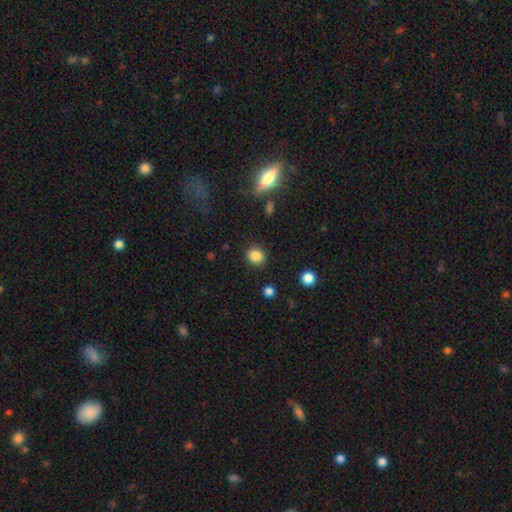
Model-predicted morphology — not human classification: This appears to be a smooth galaxy with no disk features (84%) that is round (71%). Merging: none (87%).